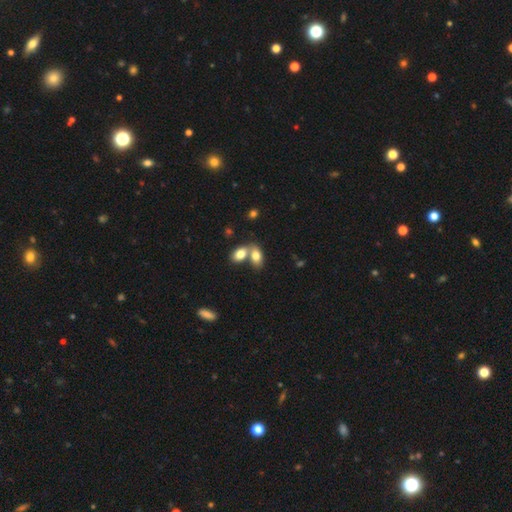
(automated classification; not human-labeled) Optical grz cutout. It shows a smooth galaxy with no disk features (79%) that is in between round and cigar-shaped (89%). Merging: merger (59%).